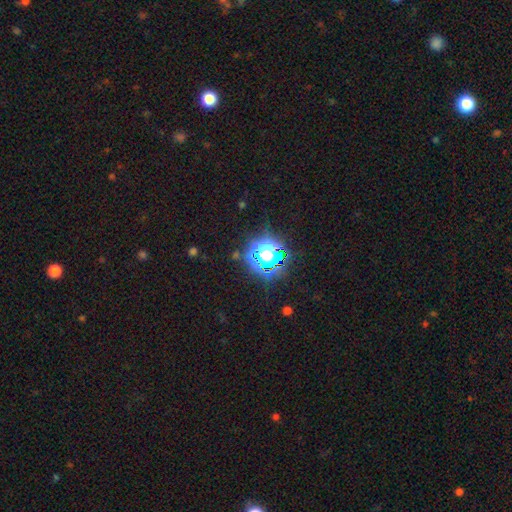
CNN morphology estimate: The model was most divided on "smooth or featured": star or artifact: 74%, smooth: 19%, featured or disk: 8%.